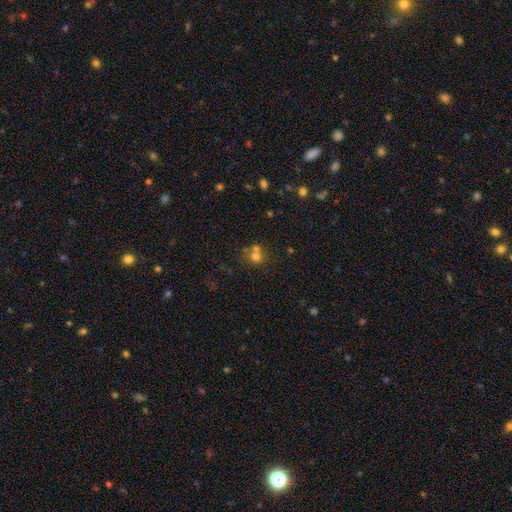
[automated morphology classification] smooth_or_featured: smooth (p=0.66) [alt: star or artifact p=0.19]
how_rounded: round (p=0.82) [alt: in between p=0.17]
merging: none (p=0.44) [alt: merger p=0.43]